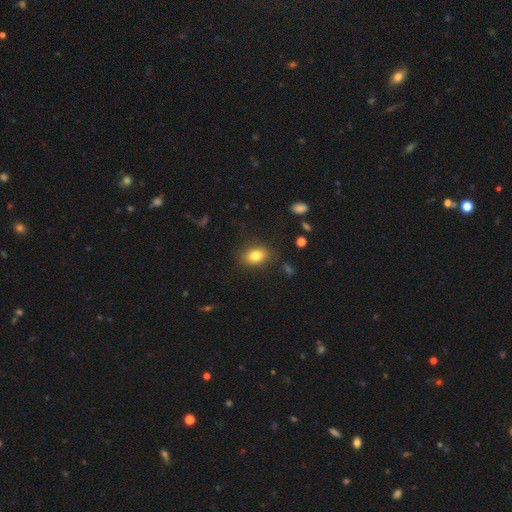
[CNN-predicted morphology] Smooth or featured: smooth — 81% (star or artifact — 10%)
How rounded: in between — 73% (round — 25%)
Merging: none — 84% (minor disturbance — 11%)